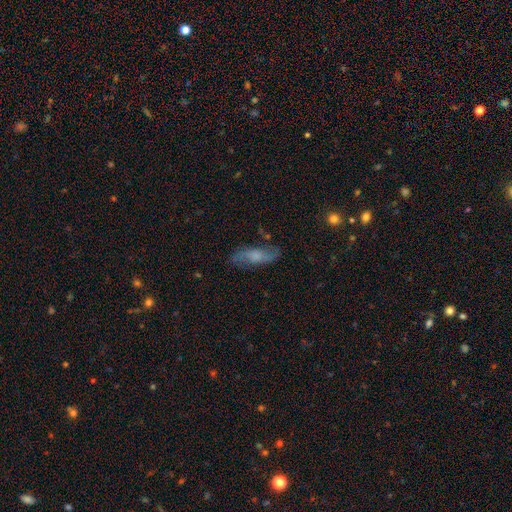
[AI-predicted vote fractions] The model was most divided on "smooth or featured": featured or disk: 53%, smooth: 39%, star or artifact: 8%. More confident: edge-on disk — no (80%); merging — none (74%).